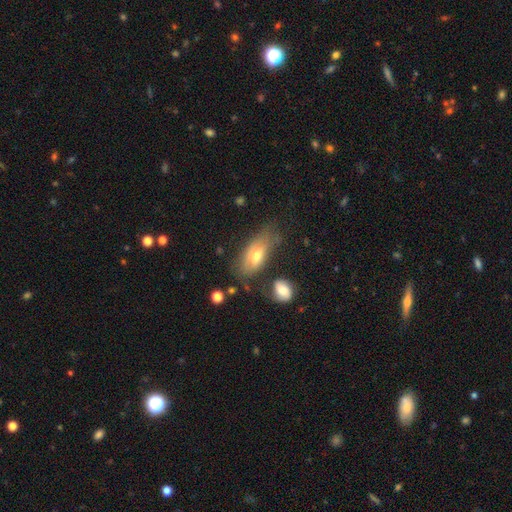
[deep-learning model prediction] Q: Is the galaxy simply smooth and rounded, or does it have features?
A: smooth — 58%.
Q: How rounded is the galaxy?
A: in between — 82%.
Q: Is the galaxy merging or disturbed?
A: none — 52%.